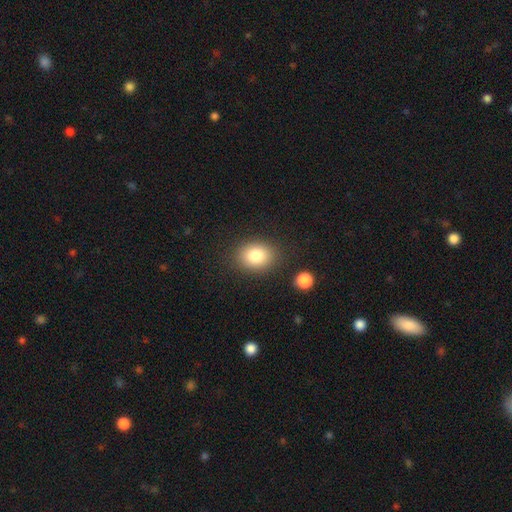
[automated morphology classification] Q: Smooth or featured?
A: smooth (82%); runner-up: star or artifact (10%)
Q: How rounded?
A: in between (57%); runner-up: round (42%)
Q: Merging?
A: none (84%); runner-up: minor disturbance (10%)